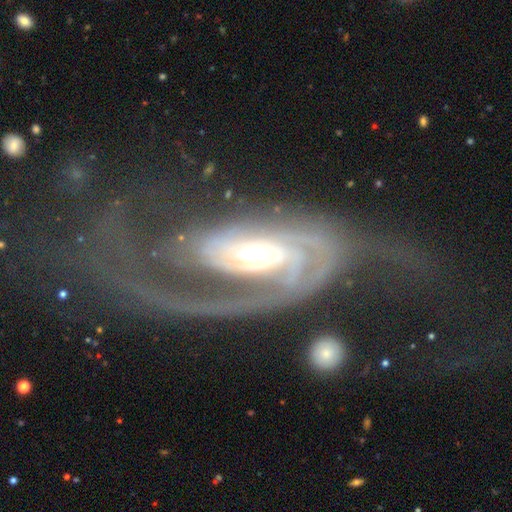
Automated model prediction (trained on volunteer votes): Smooth or featured: featured or disk — 88% (smooth — 7%)
Edge-on disk: no — 95% (yes — 5%)
Bar: no — 48% (weak — 31%)
Spiral arms: yes — 95% (no — 5%)
Spiral winding: tight — 41% (medium — 39%)
Spiral arm count: 2 — 40% (can't tell — 18%)
Bulge size: moderate — 64% (large — 19%)
Merging: major disturbance — 49% (none — 30%)